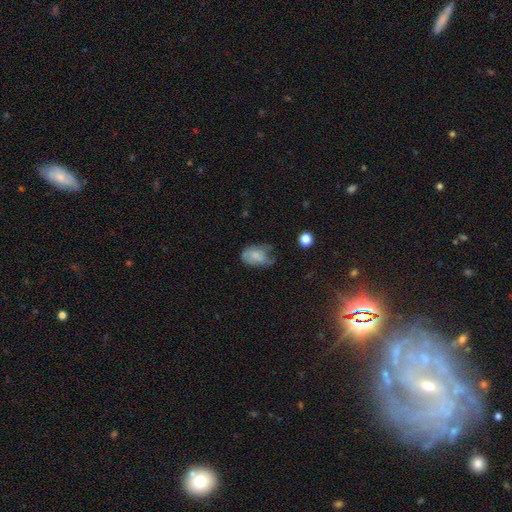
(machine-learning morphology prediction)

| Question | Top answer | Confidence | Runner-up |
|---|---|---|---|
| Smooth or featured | smooth | 66% | featured or disk (24%) |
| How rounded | in between | 84% | round (15%) |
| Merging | minor disturbance | 39% | none (31%) |